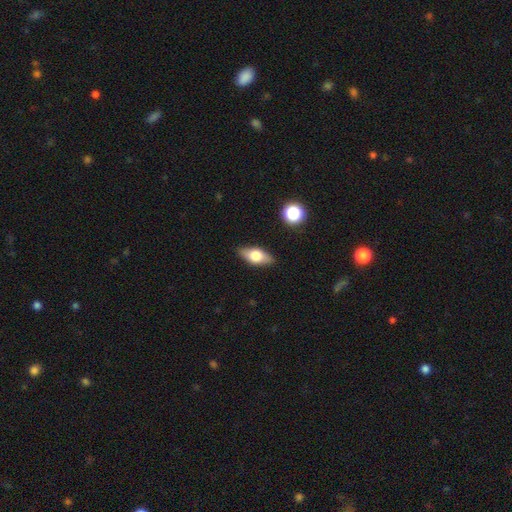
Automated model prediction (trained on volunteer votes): This appears to be a smooth galaxy with no disk features (63%) that is in between round and cigar-shaped (81%). Merging: none (86%).